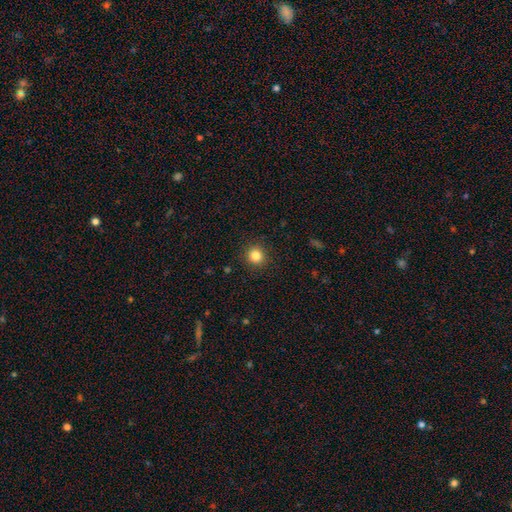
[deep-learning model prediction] smooth 83%, star or artifact 12%, featured or disk 5%. Down the decision tree: how rounded — round (93%); merging — none (91%).